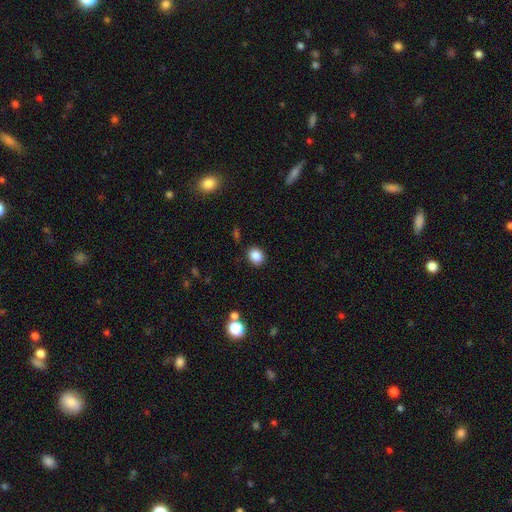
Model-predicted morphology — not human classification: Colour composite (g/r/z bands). It shows a smooth galaxy with no disk features (86%) that is round (61%). Merging: none (86%).